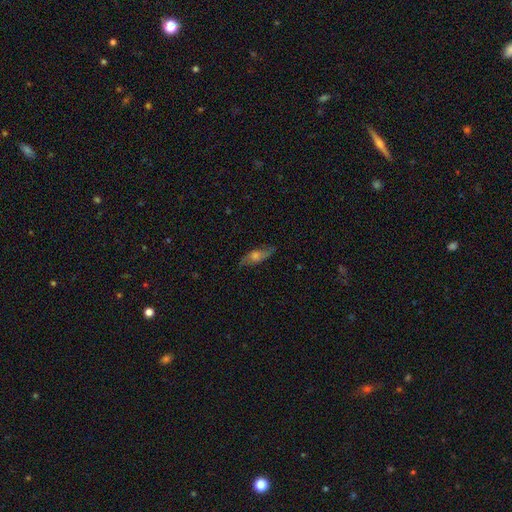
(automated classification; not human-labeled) Smooth or featured? featured or disk (58%)
Edge-on disk? no (62%)
Merging? none (77%)